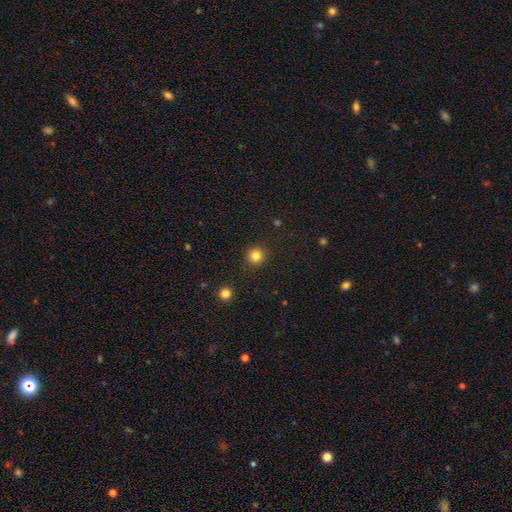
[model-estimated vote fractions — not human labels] Smooth or featured? Predicted: smooth (p=0.83). How rounded? Predicted: round (p=0.92). Merging? Predicted: none (p=0.91).